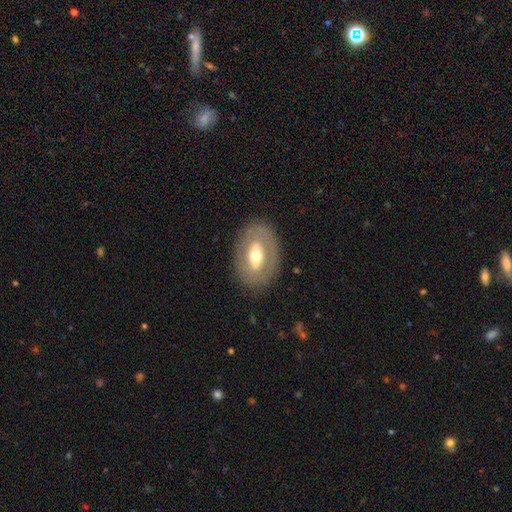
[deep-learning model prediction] Overall: featured or disk (52%; smooth 41%). Edge-on disk: no (89%). Merging: none (82%).